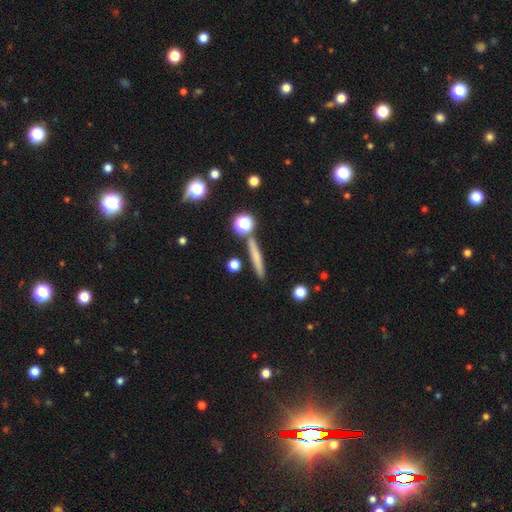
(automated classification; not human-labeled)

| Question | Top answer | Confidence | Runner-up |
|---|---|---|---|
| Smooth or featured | smooth | 65% | featured or disk (24%) |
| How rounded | cigar-shaped | 90% | in between (6%) |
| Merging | none | 84% | minor disturbance (9%) |